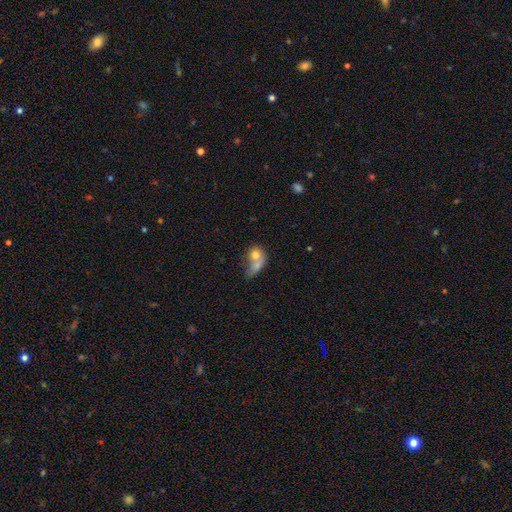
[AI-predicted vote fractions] The model was most divided on "how rounded": round: 53%, in between: 45%, cigar-shaped: 2%. More confident: smooth or featured — smooth (68%); merging — merger (64%).